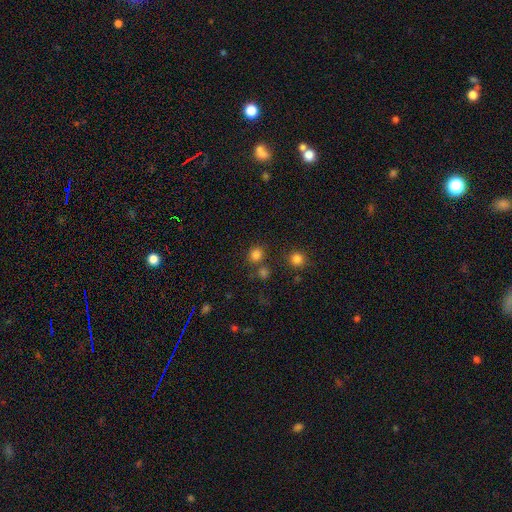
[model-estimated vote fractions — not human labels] Smooth or featured? Predicted: smooth (p=0.80). How rounded? Predicted: round (p=0.86). Merging? Predicted: none (p=0.75).